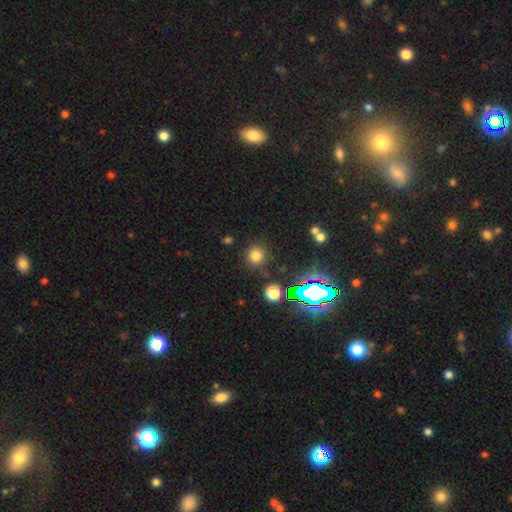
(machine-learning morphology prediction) Smooth or featured?
  - smooth: 71% *
  - star or artifact: 22%
  - featured or disk: 6%
How rounded?
  - round: 91% *
  - in between: 8%
  - cigar-shaped: 1%
Merging?
  - none: 85% *
  - minor disturbance: 8%
  - major disturbance: 3%
  - merger: 3%